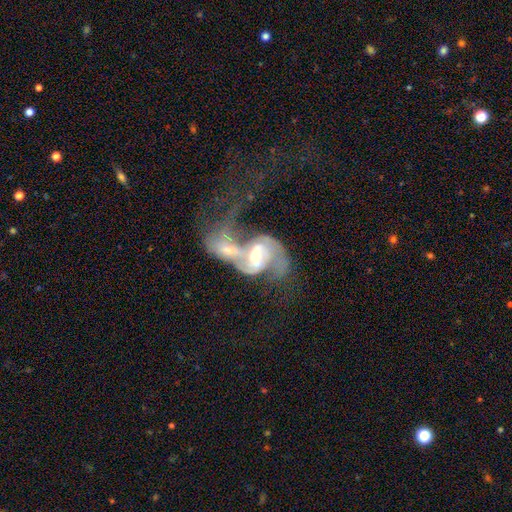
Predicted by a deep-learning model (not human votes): Q: Smooth or featured?
A: featured or disk (84%); runner-up: smooth (10%)
Q: Edge-on disk?
A: no (97%); runner-up: yes (3%)
Q: Bar?
A: weak (44%); runner-up: no (31%)
Q: Spiral arms?
A: yes (91%); runner-up: no (9%)
Q: Spiral winding?
A: loose (42%); tied with: medium (42%)
Q: Spiral arm count?
A: 2 (80%); runner-up: can't tell (11%)
Q: Bulge size?
A: moderate (61%); runner-up: small (30%)
Q: Merging?
A: merger (68%); runner-up: major disturbance (15%)